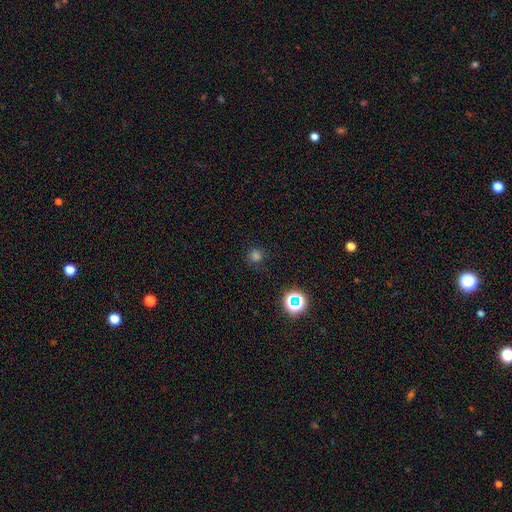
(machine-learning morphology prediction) A smooth galaxy with no disk features (71%) that is round (93%). Merging: none (84%).